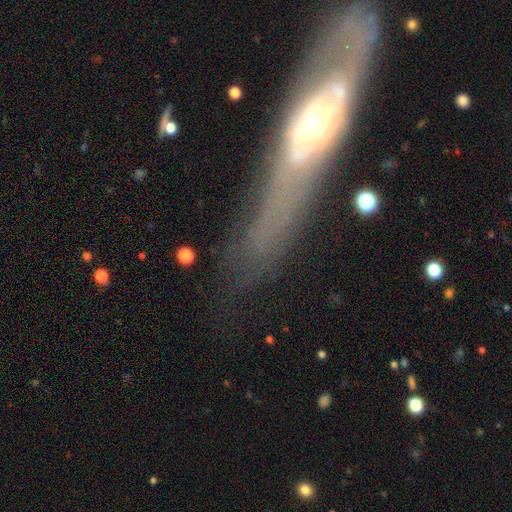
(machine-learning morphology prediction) Smooth or featured: featured or disk — 53% (smooth — 29%)
Edge-on disk: yes — 55% (no — 45%)
Merging: none — 49% (major disturbance — 26%)